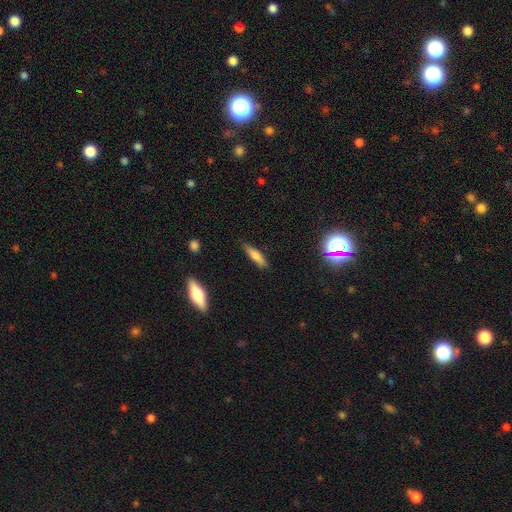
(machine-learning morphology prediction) Smooth or featured?
  - smooth: 73% *
  - featured or disk: 18%
  - star or artifact: 9%
How rounded?
  - cigar-shaped: 71% *
  - in between: 27%
  - round: 2%
Merging?
  - none: 78% *
  - minor disturbance: 17%
  - major disturbance: 3%
  - merger: 2%